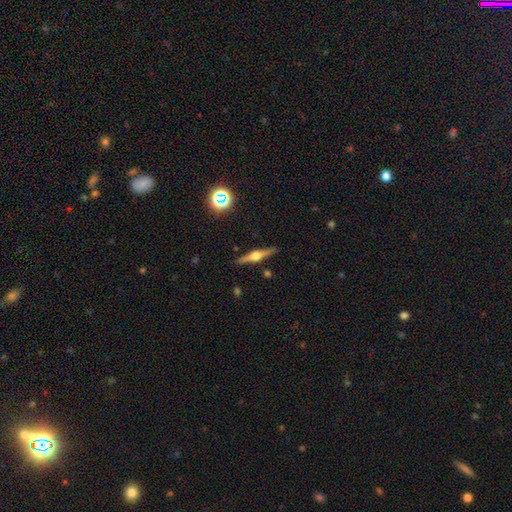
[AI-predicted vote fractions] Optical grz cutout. It shows a featured or disk galaxy (81%) viewed edge-on (98%) with a rounded central bulge (95%). Merging: none (90%).